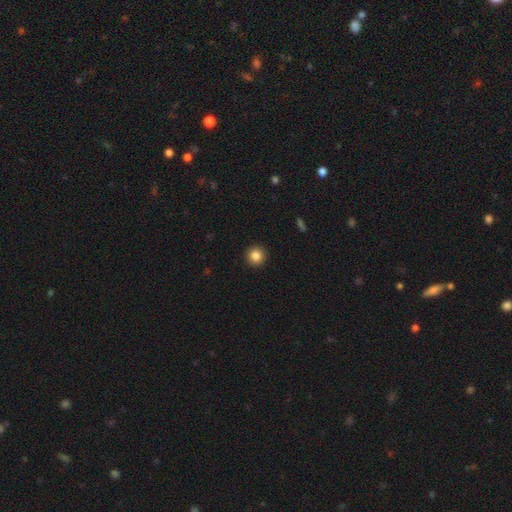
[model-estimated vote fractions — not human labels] Smooth or featured: smooth — 85% (star or artifact — 10%)
How rounded: round — 95% (in between — 4%)
Merging: none — 93% (minor disturbance — 4%)